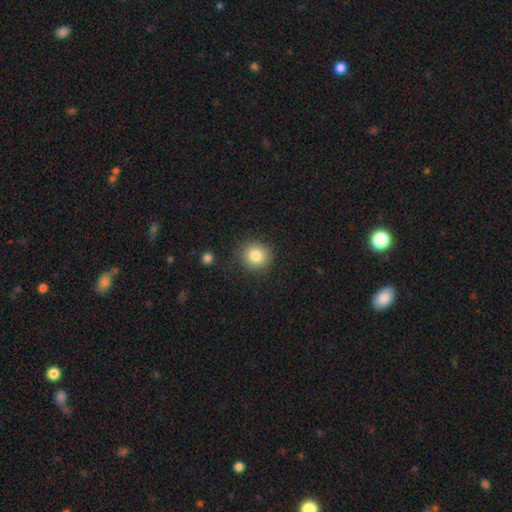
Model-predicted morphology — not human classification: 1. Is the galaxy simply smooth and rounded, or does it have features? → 84% smooth, 10% star or artifact, 6% featured or disk.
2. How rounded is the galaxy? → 92% round, 7% in between, 1% cigar-shaped.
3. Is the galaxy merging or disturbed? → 87% none, 8% minor disturbance, 3% major disturbance, 2% merger.